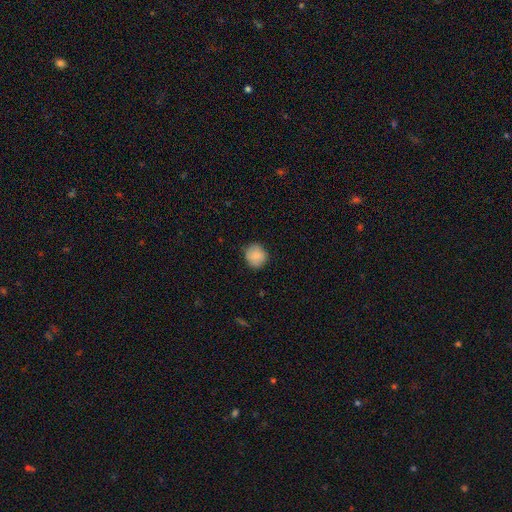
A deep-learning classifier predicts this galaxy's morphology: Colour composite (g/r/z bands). It shows a smooth galaxy with no disk features (85%) that is round (89%). Merging: none (84%).